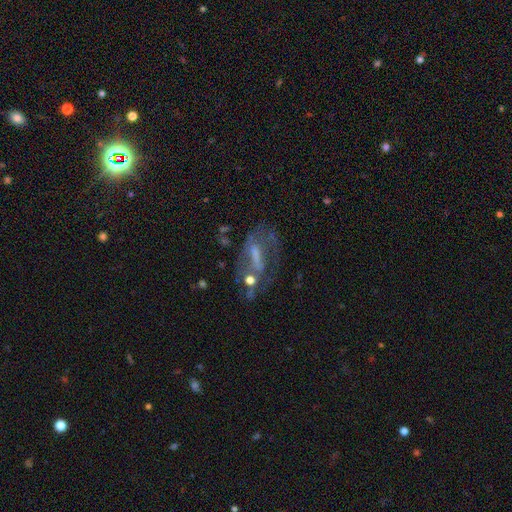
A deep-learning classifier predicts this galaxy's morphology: The model was most divided on "bulge size": none: 32%, moderate: 31%, small: 27%, large: 8%, dominant: 2%. Remaining: edge-on disk — no (88%); smooth or featured — featured or disk (62%); spiral arms — no (54%); merging — none (41%); bar — weak (36%).